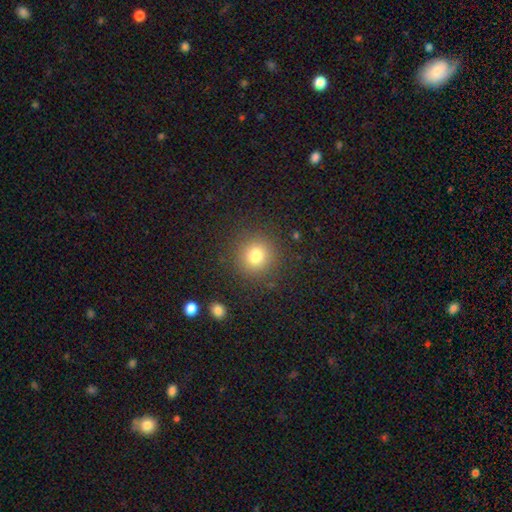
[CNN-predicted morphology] Overall: smooth (78%). How rounded: round (91%). Merging: none (88%).